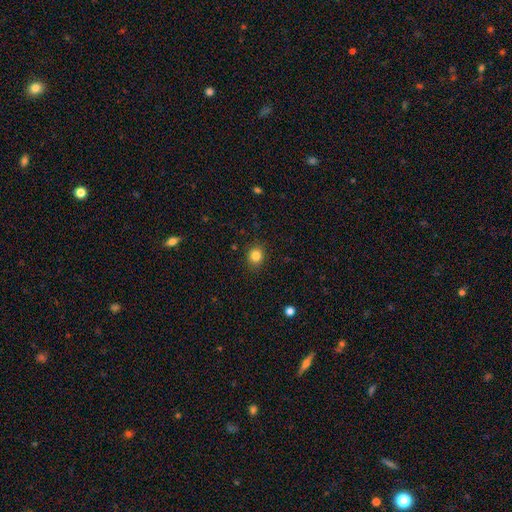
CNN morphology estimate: Smooth or featured?
  - smooth: 84% *
  - star or artifact: 11%
  - featured or disk: 5%
How rounded?
  - round: 76% *
  - in between: 23%
  - cigar-shaped: 1%
Merging?
  - none: 88% *
  - minor disturbance: 8%
  - major disturbance: 2%
  - merger: 1%